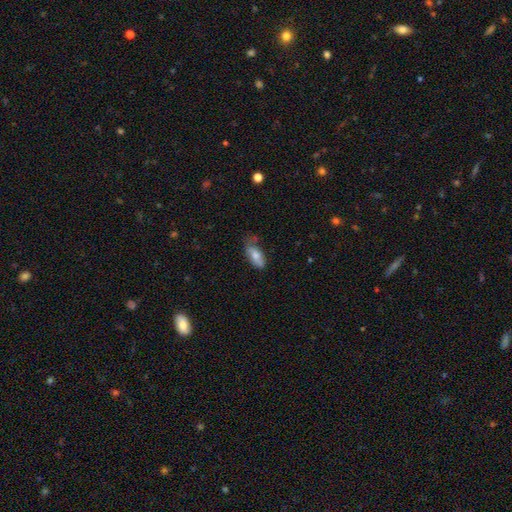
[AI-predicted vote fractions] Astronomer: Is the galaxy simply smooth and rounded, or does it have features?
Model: smooth — 72%.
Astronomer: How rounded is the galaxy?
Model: in between — 82%.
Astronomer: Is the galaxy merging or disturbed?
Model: none — 49% (runner-up: minor disturbance, 35%).